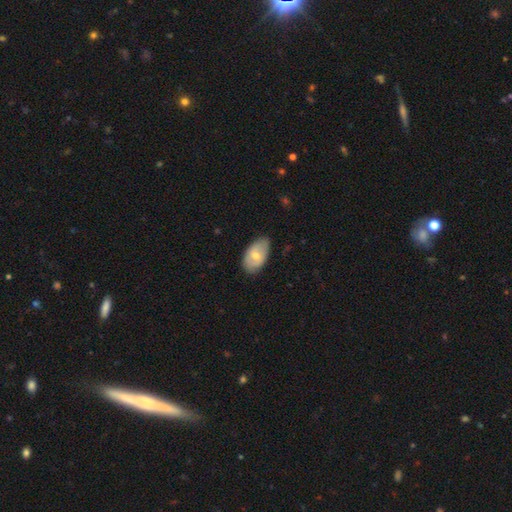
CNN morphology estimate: smooth-or-featured: smooth: 65% | featured or disk: 29% | star or artifact: 6%
  how-rounded: in between: 93% | round: 6% | cigar-shaped: 1%
  merging: none: 70% | minor disturbance: 25% | major disturbance: 4% | merger: 1%